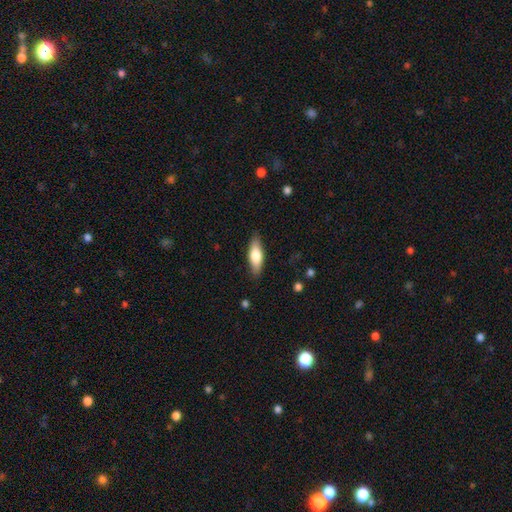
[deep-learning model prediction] This appears to be a smooth galaxy with no disk features (70%) that is in between round and cigar-shaped (60%). Merging: none (86%).